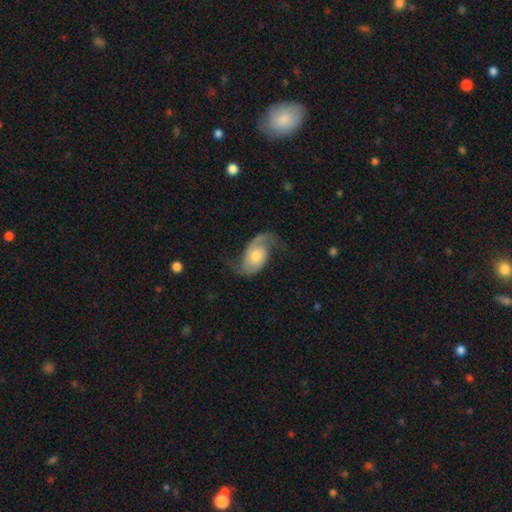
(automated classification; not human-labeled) Morphology: type=featured or disk (83%); edge-on=no (97%); bar=no (68%); spiral arms=yes (96%); winding=loose (55%); arm count=2 (88%); bulge=moderate (60%); merging=none (64%).